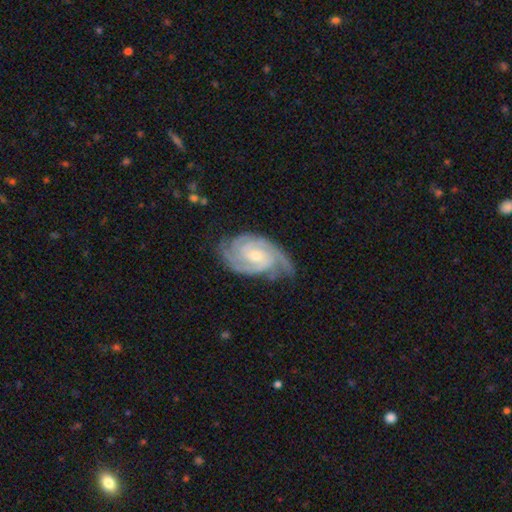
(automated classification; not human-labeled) Smooth or featured: featured or disk — 91% (smooth — 5%)
Edge-on disk: no — 97% (yes — 3%)
Bar: no — 56% (weak — 35%)
Spiral arms: yes — 98% (no — 2%)
Spiral winding: tight — 66% (medium — 29%)
Spiral arm count: 3 — 35% (2 — 26%)
Bulge size: small — 59% (moderate — 38%)
Merging: none — 72% (minor disturbance — 20%)